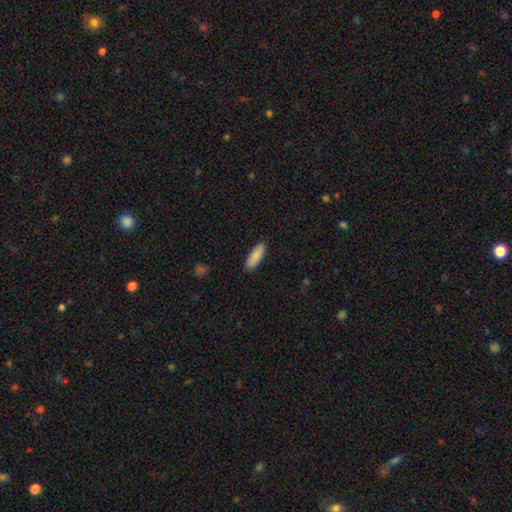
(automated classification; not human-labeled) smooth_or_featured: smooth (p=0.88) [alt: featured or disk p=0.06]
how_rounded: in between (p=0.58) [alt: cigar-shaped p=0.40]
merging: none (p=0.89) [alt: minor disturbance p=0.09]